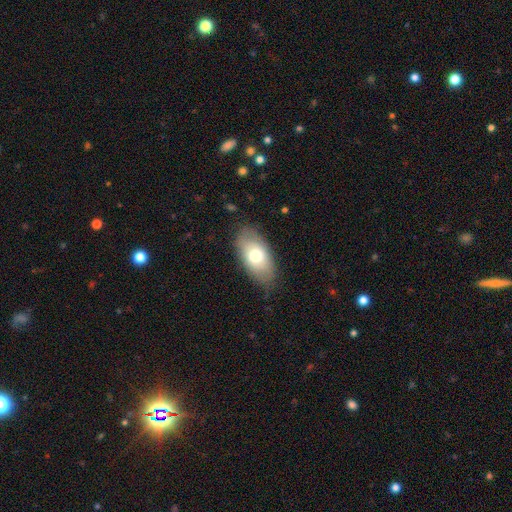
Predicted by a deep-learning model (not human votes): smooth-or-featured: smooth: 72% | featured or disk: 21% | star or artifact: 7%
  how-rounded: in between: 92% | round: 4% | cigar-shaped: 4%
  merging: none: 78% | minor disturbance: 17% | major disturbance: 4% | merger: 1%